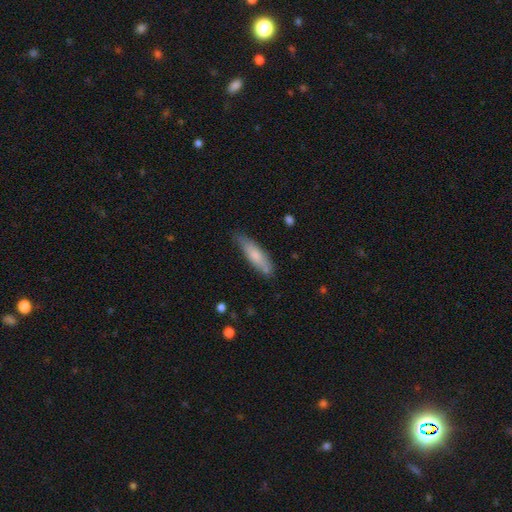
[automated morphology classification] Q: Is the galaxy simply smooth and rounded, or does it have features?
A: smooth — 72%.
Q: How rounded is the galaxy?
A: cigar-shaped — 70%.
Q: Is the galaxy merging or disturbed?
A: none — 75%.